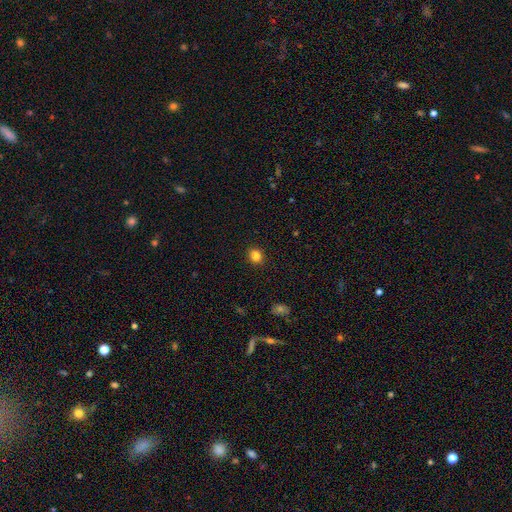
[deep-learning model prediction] Smooth or featured?
  - smooth: 84% *
  - star or artifact: 12%
  - featured or disk: 4%
How rounded?
  - round: 77% *
  - in between: 22%
  - cigar-shaped: 1%
Merging?
  - none: 91% *
  - minor disturbance: 6%
  - major disturbance: 2%
  - merger: 1%